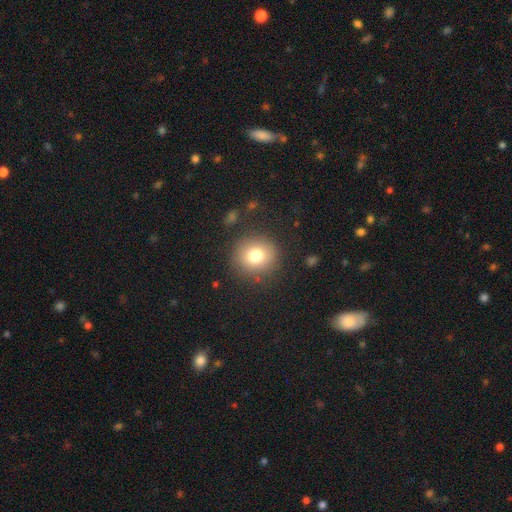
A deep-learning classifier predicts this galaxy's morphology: smooth_or_featured: smooth (p=0.77) [alt: star or artifact p=0.12]
how_rounded: round (p=0.89) [alt: in between p=0.10]
merging: none (p=0.86) [alt: minor disturbance p=0.08]